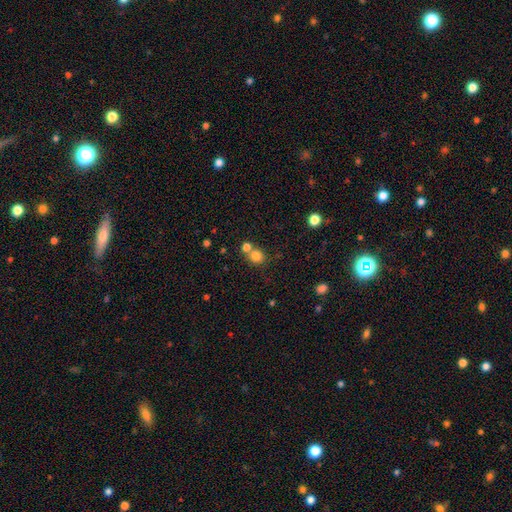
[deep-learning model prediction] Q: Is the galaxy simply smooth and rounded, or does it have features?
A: smooth — 80%.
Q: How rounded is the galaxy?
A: round — 80%.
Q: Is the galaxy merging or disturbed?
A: none — 54%.